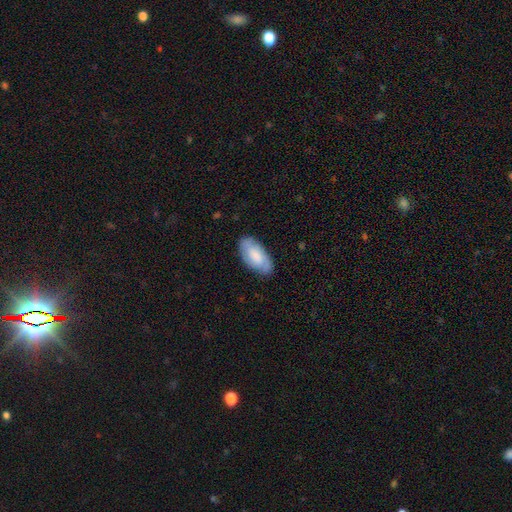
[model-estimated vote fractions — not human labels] The model was most divided on "smooth or featured": smooth: 52%, featured or disk: 42%, star or artifact: 6%. More confident: how rounded — in between (93%); merging — none (79%).